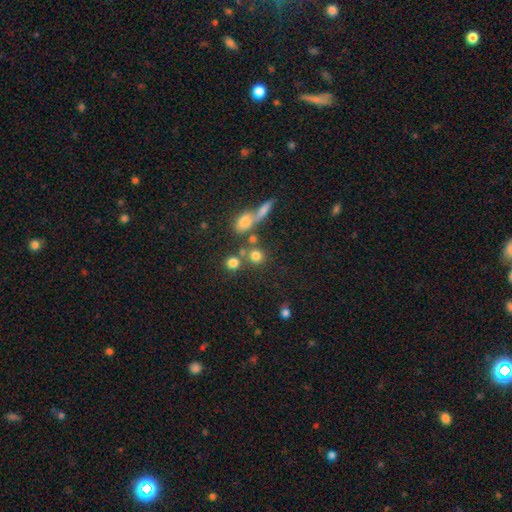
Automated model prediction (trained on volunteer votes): This appears to be a smooth galaxy with no disk features (74%) that is round (84%). Merging: none (60%).